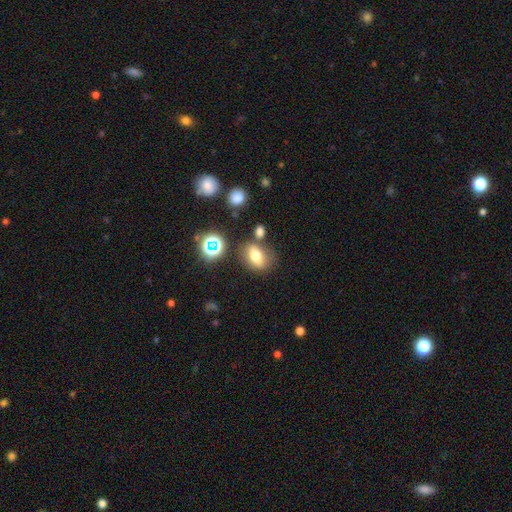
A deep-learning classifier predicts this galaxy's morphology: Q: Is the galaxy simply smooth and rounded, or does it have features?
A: smooth — 68%.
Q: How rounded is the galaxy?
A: in between — 73%.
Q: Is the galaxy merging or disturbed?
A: none — 67%.